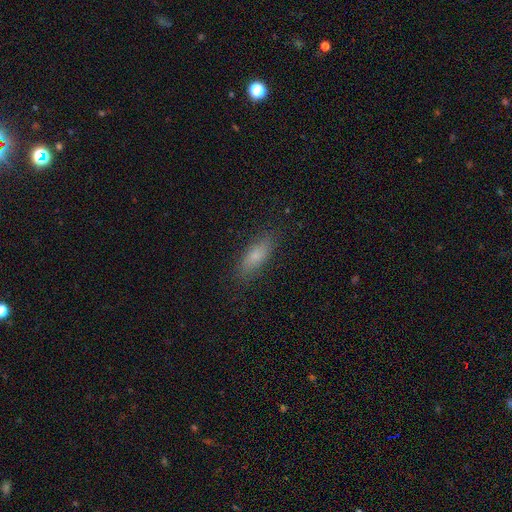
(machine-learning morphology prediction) Smooth or featured? smooth (76%)
How rounded? in between (60%)
Merging? none (83%)